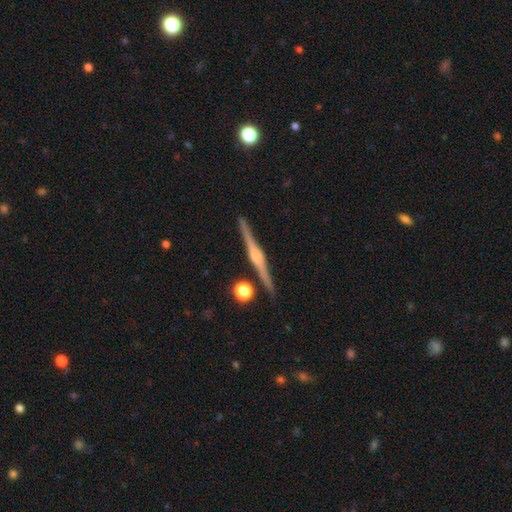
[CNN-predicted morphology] Smooth or featured: featured or disk — 84% (smooth — 10%)
Edge-on disk: yes — 98% (no — 2%)
Edge-on bulge: rounded — 77% (boxy — 16%)
Merging: none — 90% (minor disturbance — 6%)